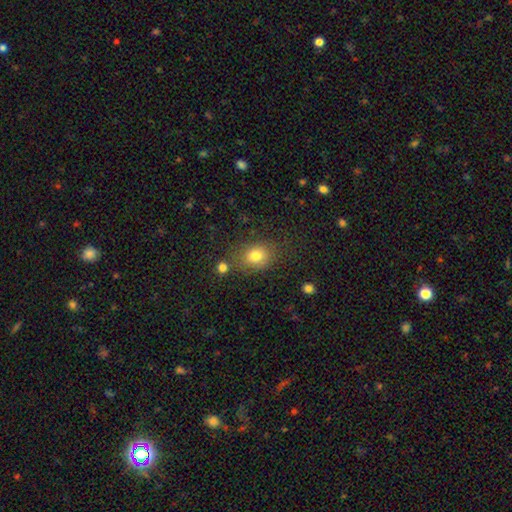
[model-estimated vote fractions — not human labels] The model was most divided on "how rounded": in between: 51%, round: 48%, cigar-shaped: 1%. More confident: smooth or featured — smooth (78%); merging — none (73%).